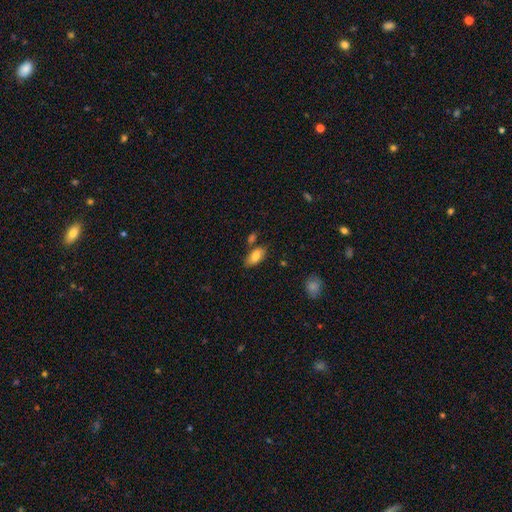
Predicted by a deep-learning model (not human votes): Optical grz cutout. It shows a smooth galaxy with no disk features (81%) that is in between round and cigar-shaped (91%). Merging: none (70%).